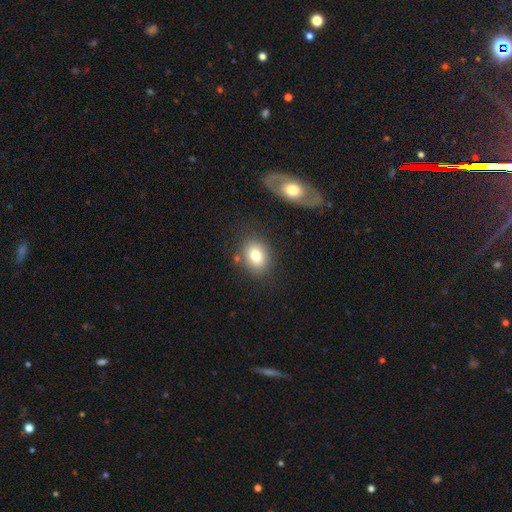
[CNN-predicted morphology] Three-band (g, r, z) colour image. It shows a smooth galaxy with no disk features (78%) that is in between round and cigar-shaped (52%). Merging: none (77%).